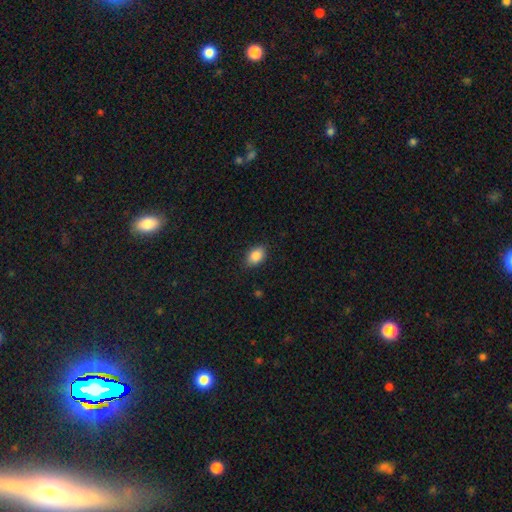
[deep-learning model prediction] smooth 86%, star or artifact 8%, featured or disk 6%. Down the decision tree: how rounded — in between (82%); merging — none (82%).